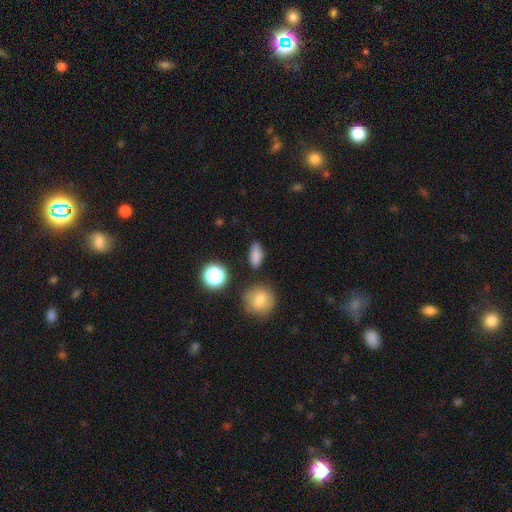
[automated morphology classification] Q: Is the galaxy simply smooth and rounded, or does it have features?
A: smooth — 81%.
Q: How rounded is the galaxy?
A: in between — 72%.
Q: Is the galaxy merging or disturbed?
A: none — 82%.